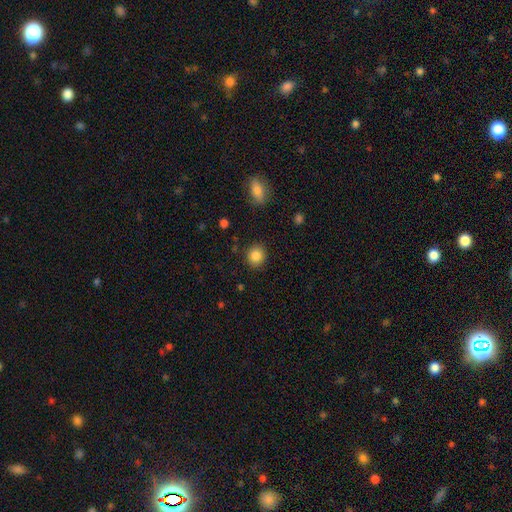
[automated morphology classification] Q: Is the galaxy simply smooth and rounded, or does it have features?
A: smooth — 86%.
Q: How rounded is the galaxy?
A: round — 85%.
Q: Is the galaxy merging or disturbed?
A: none — 89%.